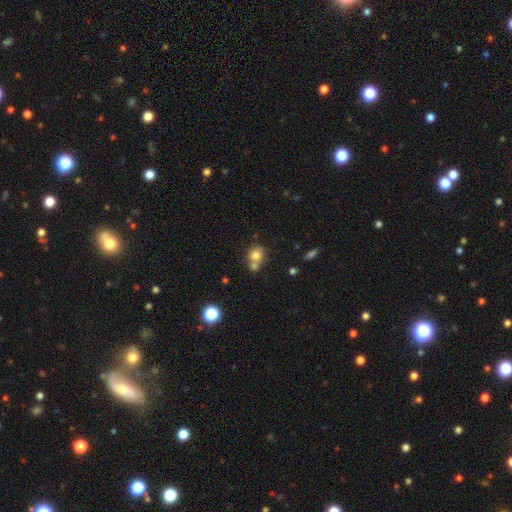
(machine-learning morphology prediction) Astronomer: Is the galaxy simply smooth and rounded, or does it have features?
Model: smooth — 76%.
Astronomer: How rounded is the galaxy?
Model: round — 80%.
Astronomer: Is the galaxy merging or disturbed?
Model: none — 44%, tied with merger at 44%.